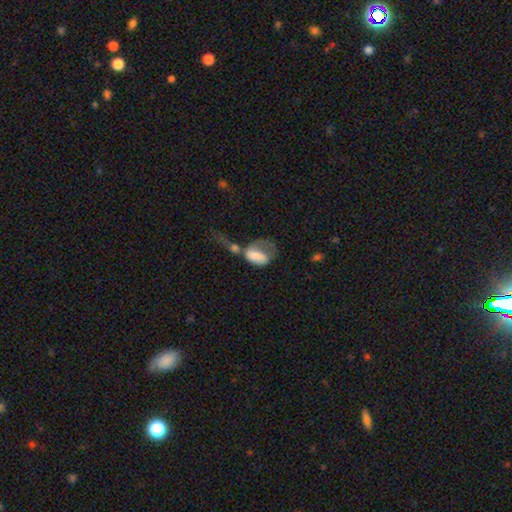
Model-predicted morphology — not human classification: This appears to be a smooth galaxy with no disk features (63%) that is in between round and cigar-shaped (82%). Merging: major disturbance (43%).